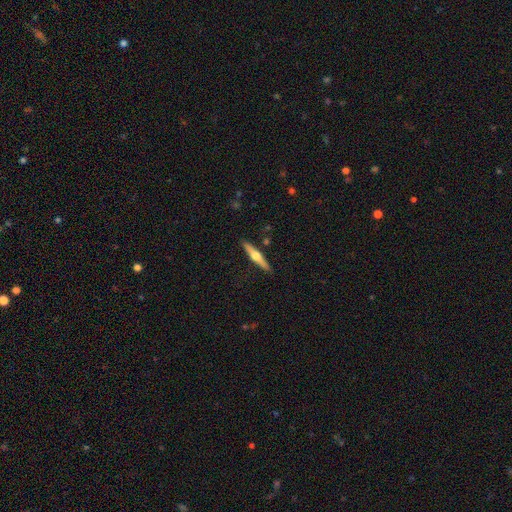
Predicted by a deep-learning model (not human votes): smooth_or_featured: featured or disk (p=0.64) [alt: smooth p=0.30]
disk_edge_on: yes (p=0.97) [alt: no p=0.03]
edge_on_bulge: rounded (p=0.94) [alt: none p=0.03]
merging: none (p=0.89) [alt: minor disturbance p=0.07]